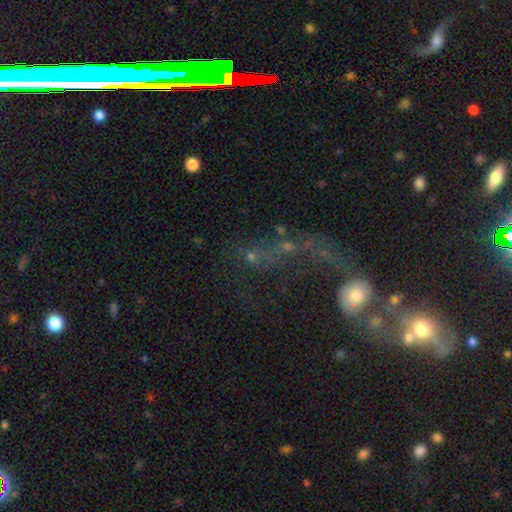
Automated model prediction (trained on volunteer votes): Morphology: type=featured or disk (39%); merging=merger (35%).